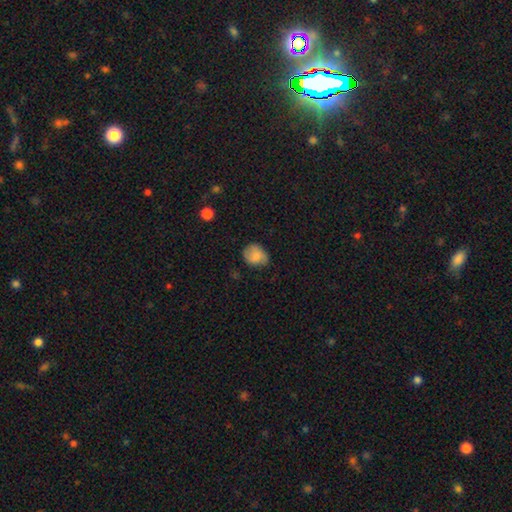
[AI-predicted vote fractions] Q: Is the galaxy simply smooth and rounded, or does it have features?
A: smooth — 76%.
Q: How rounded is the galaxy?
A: round — 59%.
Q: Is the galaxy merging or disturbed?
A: none — 56%.